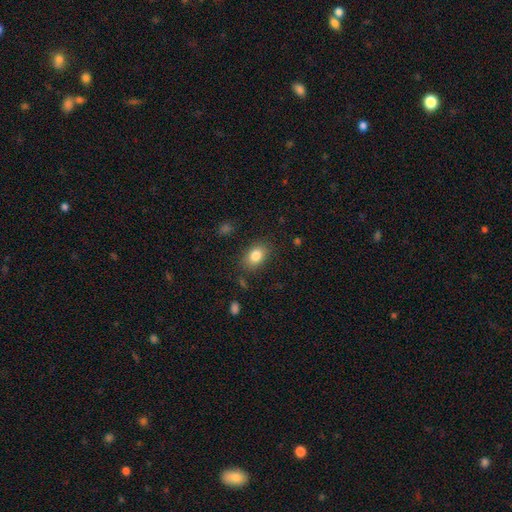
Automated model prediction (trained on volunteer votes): Smooth or featured: smooth — 83% (star or artifact — 9%)
How rounded: in between — 78% (round — 21%)
Merging: none — 83% (minor disturbance — 12%)